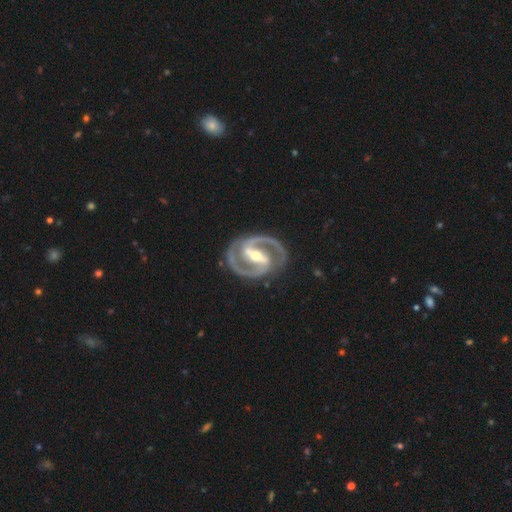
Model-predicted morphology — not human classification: This appears to be a featured or disk galaxy (94%) with a strong bar (70%), 2 (94%) medium (52%) spiral arms (98%) and a moderate central bulge (62%). Merging: none (86%).